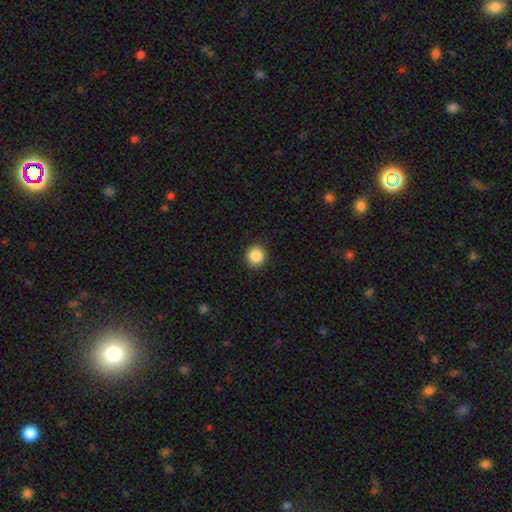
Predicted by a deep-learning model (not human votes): This appears to be a smooth galaxy with no disk features (87%) that is round (94%). Merging: none (93%).